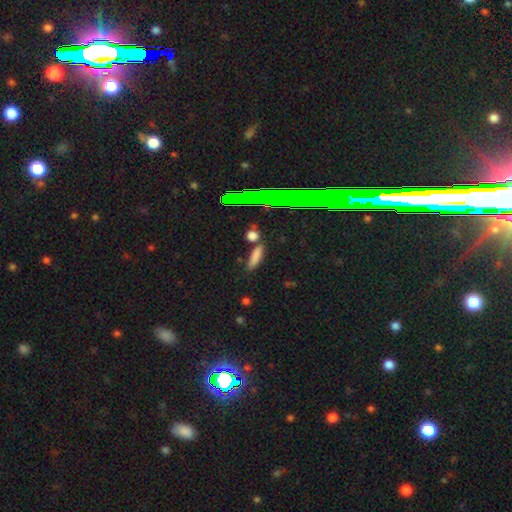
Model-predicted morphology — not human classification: This is likely a smooth galaxy (77%). How rounded: likely cigar-shaped (62%). Merging: likely none (75%).